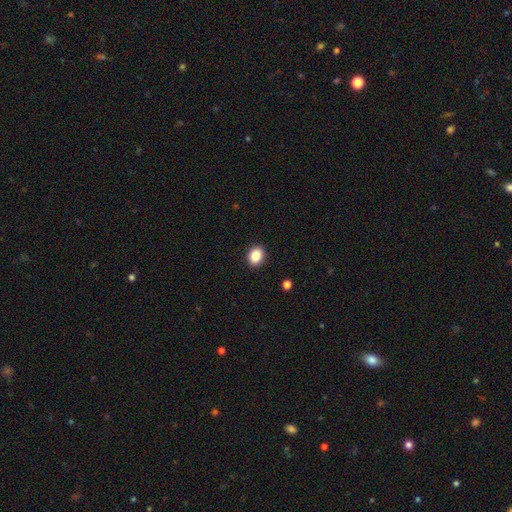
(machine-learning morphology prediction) smooth 87%, star or artifact 9%, featured or disk 4%. Down the decision tree: how rounded — in between (54%); merging — none (91%).